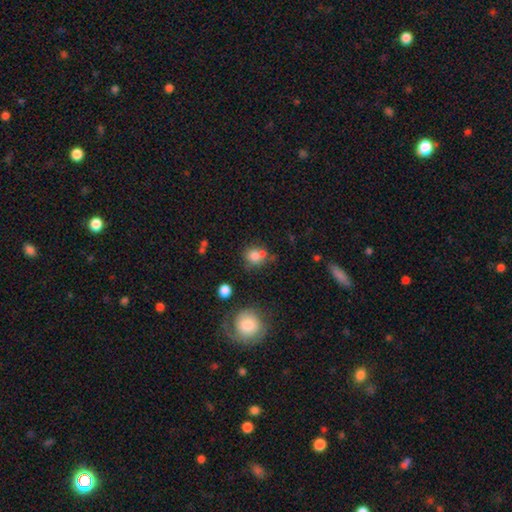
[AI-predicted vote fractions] The model was most divided on "merging": none: 48%, merger: 30%, minor disturbance: 16%, major disturbance: 6%. More confident: smooth or featured — smooth (77%); how rounded — round (71%).